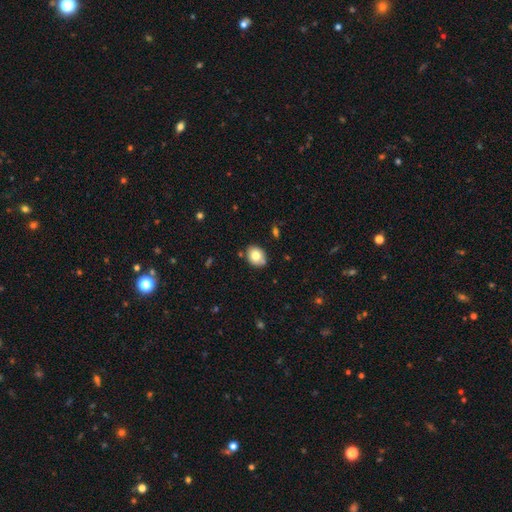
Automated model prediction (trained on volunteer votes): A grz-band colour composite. It shows a smooth galaxy with no disk features (78%) that is in between round and cigar-shaped (57%). Merging: none (78%).